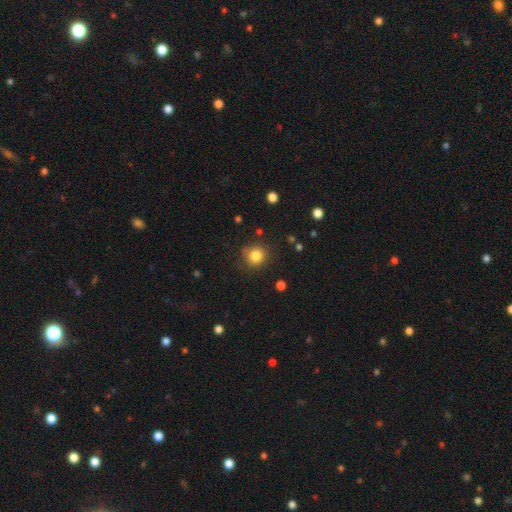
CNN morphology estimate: Smooth or featured?
  - smooth: 83% *
  - star or artifact: 11%
  - featured or disk: 5%
How rounded?
  - round: 90% *
  - in between: 9%
  - cigar-shaped: 1%
Merging?
  - none: 82% *
  - minor disturbance: 12%
  - major disturbance: 3%
  - merger: 2%